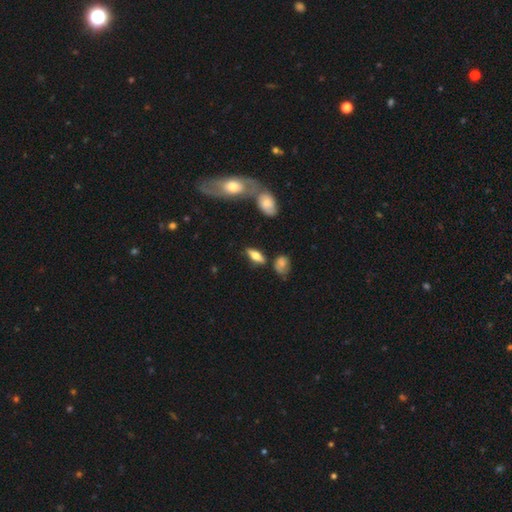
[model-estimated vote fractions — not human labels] Smooth or featured?
  - smooth: 56% *
  - featured or disk: 36%
  - star or artifact: 8%
How rounded?
  - in between: 66% *
  - cigar-shaped: 29%
  - round: 5%
Merging?
  - none: 72% *
  - minor disturbance: 16%
  - merger: 7%
  - major disturbance: 5%